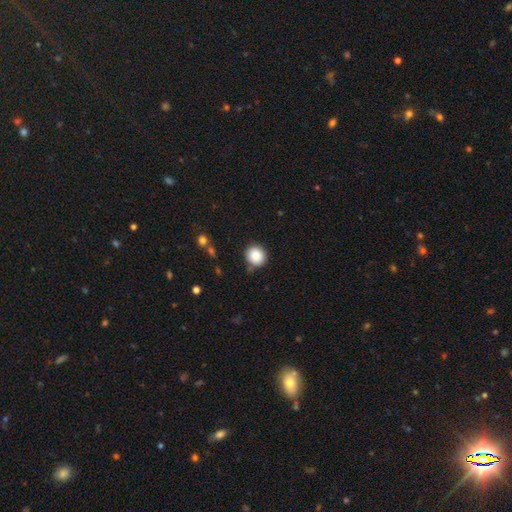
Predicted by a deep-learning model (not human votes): A smooth galaxy with no disk features (88%) that is round (90%). Merging: none (82%).